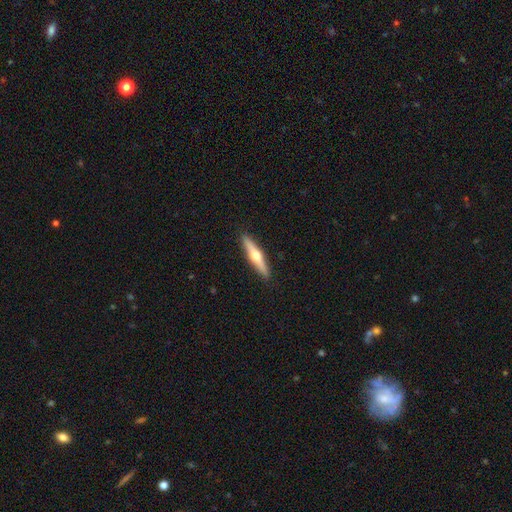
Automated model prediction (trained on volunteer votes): Morphology: type=featured or disk (64%); edge-on=yes (97%); edge-on bulge=rounded (95%); merging=none (92%).